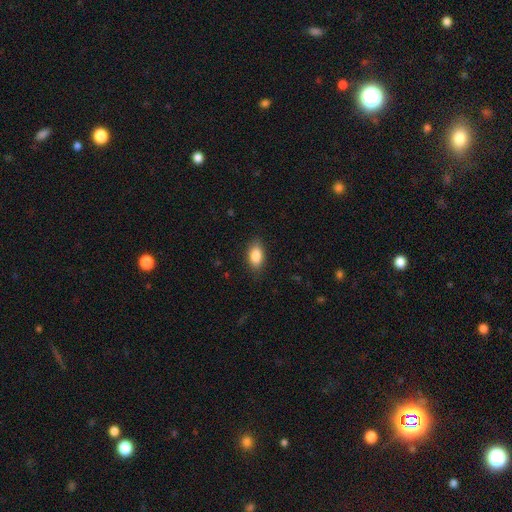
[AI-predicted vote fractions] A smooth galaxy with no disk features (86%) that is in between round and cigar-shaped (90%). Merging: none (85%).